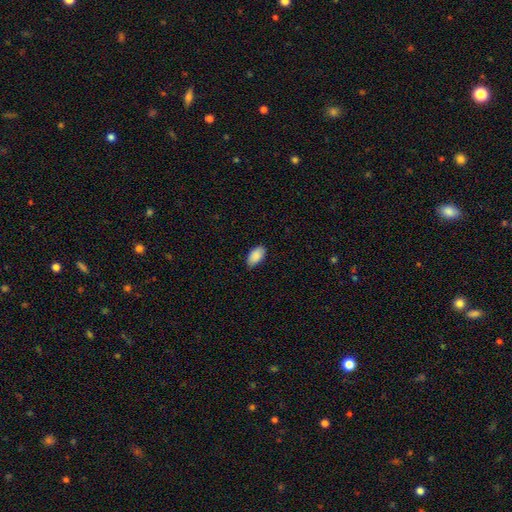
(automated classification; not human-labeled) Smooth or featured? smooth (89%)
How rounded? in between (95%)
Merging? none (81%)